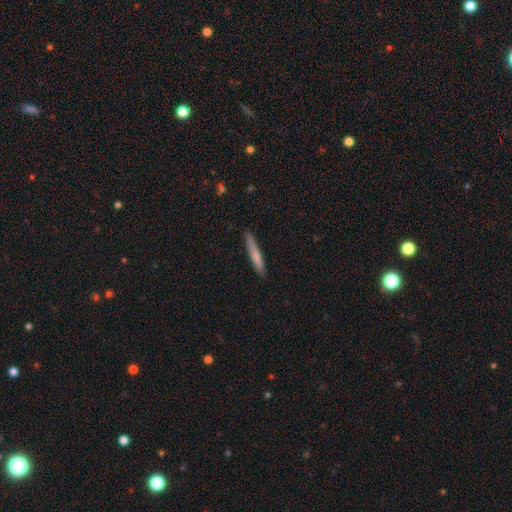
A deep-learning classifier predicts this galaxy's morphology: Smooth or featured? Predicted: smooth (p=0.74). How rounded? Predicted: cigar-shaped (p=0.95). Merging? Predicted: none (p=0.88).